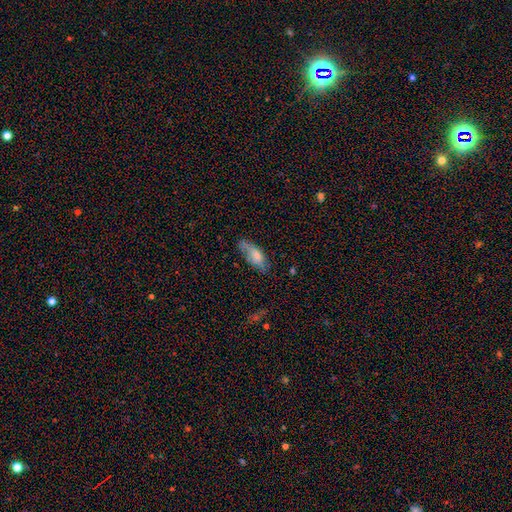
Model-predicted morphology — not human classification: smooth-or-featured: smooth: 69% | featured or disk: 23% | star or artifact: 8%
  how-rounded: in between: 77% | cigar-shaped: 21% | round: 3%
  merging: none: 56% | minor disturbance: 29% | major disturbance: 11% | merger: 4%